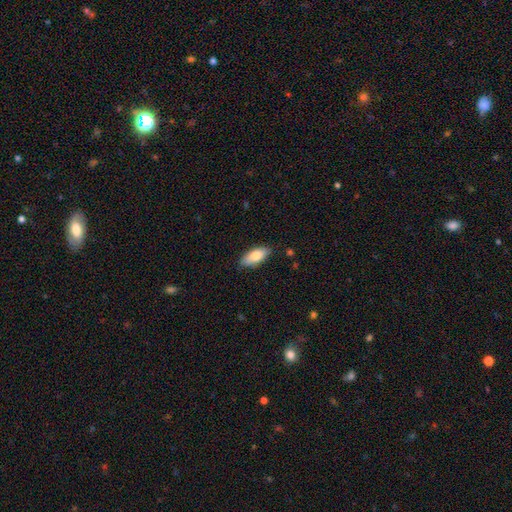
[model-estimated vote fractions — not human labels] This appears to be a smooth galaxy with no disk features (77%) that is in between round and cigar-shaped (87%). Merging: none (84%).